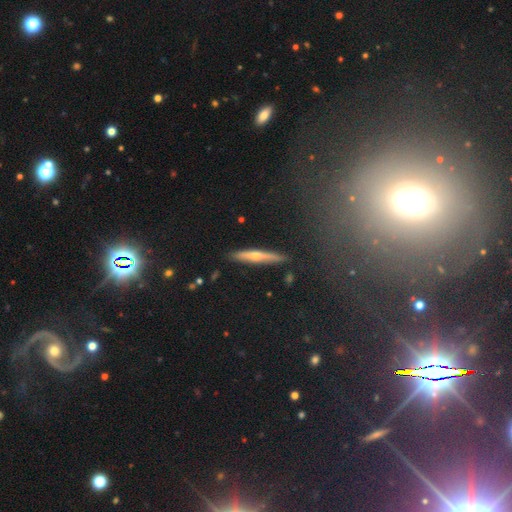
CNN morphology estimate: Smooth or featured?
  - featured or disk: 55% *
  - smooth: 37%
  - star or artifact: 9%
Edge-on disk?
  - yes: 93% *
  - no: 7%
Edge-on bulge?
  - rounded: 84% *
  - none: 13%
  - boxy: 3%
Merging?
  - none: 88% *
  - minor disturbance: 8%
  - major disturbance: 2%
  - merger: 2%